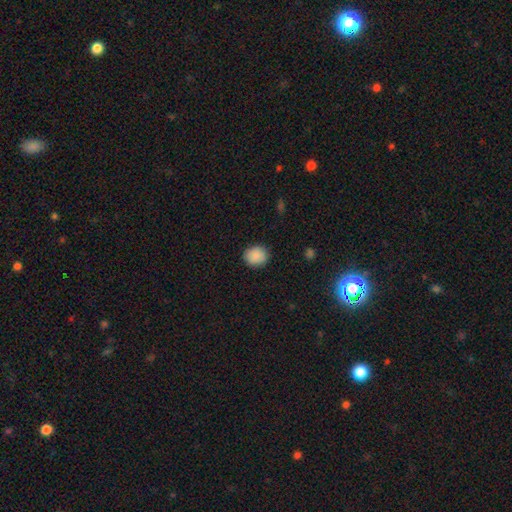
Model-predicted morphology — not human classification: type=smooth (89%); roundness=round (74%); merging=none (89%).